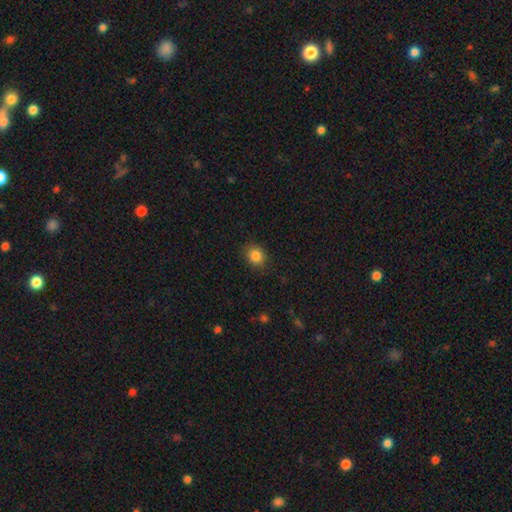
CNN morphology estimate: This appears to be a smooth galaxy with no disk features (85%) that is round (56%). Merging: none (81%).